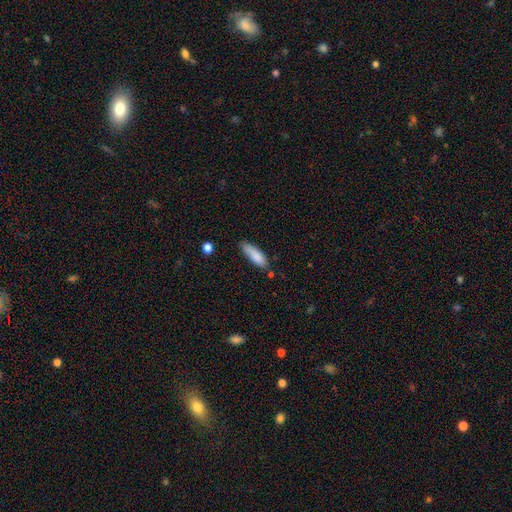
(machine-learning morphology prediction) Q: Smooth or featured?
A: smooth (85%); runner-up: featured or disk (8%)
Q: How rounded?
A: cigar-shaped (49%); tied with: in between (49%)
Q: Merging?
A: none (63%); runner-up: minor disturbance (27%)